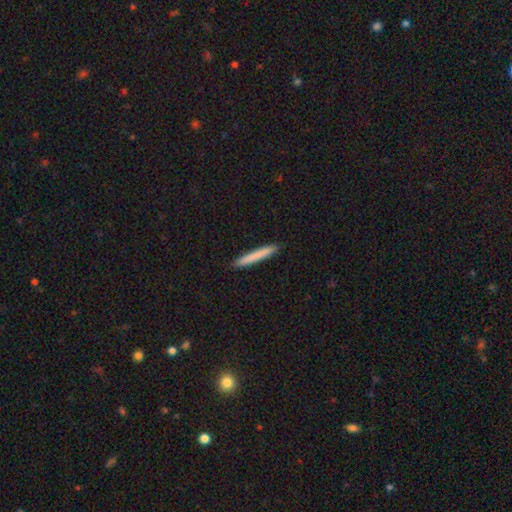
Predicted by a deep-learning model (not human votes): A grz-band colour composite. It shows a smooth galaxy with no disk features (80%) that is cigar-shaped (96%). Merging: none (92%).